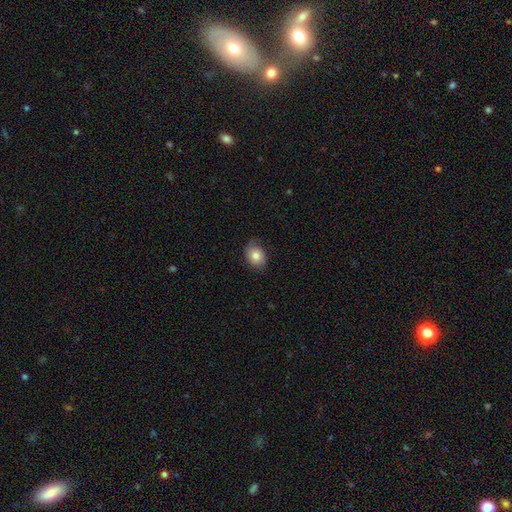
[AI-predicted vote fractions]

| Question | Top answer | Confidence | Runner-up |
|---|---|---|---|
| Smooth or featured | smooth | 75% | featured or disk (17%) |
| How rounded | in between | 61% | round (38%) |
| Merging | none | 69% | minor disturbance (24%) |